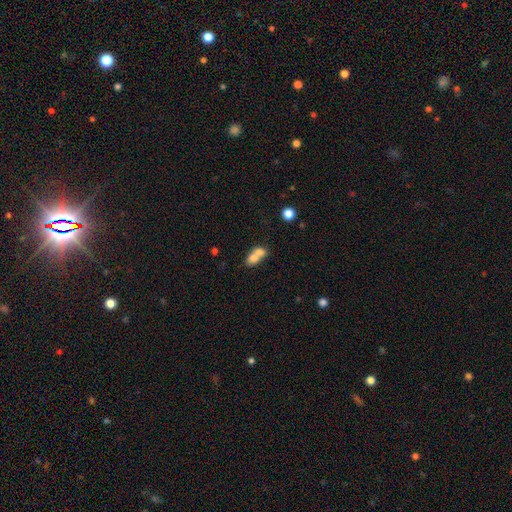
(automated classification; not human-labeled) This is likely a smooth galaxy (70%). How rounded: likely in between (65%). Merging: likely merger (72%).